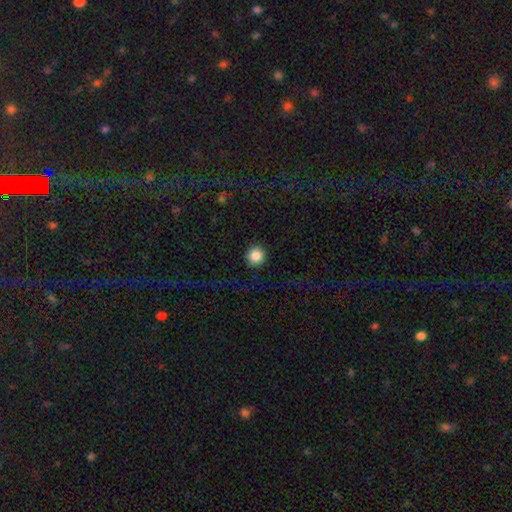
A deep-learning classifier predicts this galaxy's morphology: smooth_or_featured: smooth (p=0.86) [alt: star or artifact p=0.10]
how_rounded: round (p=0.95) [alt: in between p=0.04]
merging: none (p=0.92) [alt: minor disturbance p=0.05]